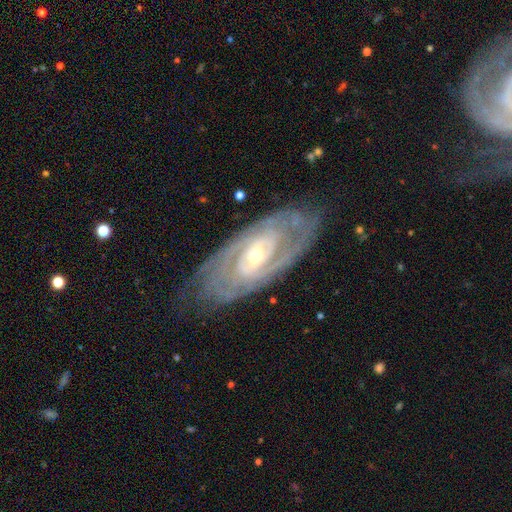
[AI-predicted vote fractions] Overall: featured or disk (87%). Edge-on disk: no (92%). Bar: no (42%; weak 39%). Spiral arms: yes (93%). Spiral arm count: can't tell (36%; 2 33%). Spiral winding: tight (74%). Bulge size: small (56%; moderate 40%). Merging: none (77%).